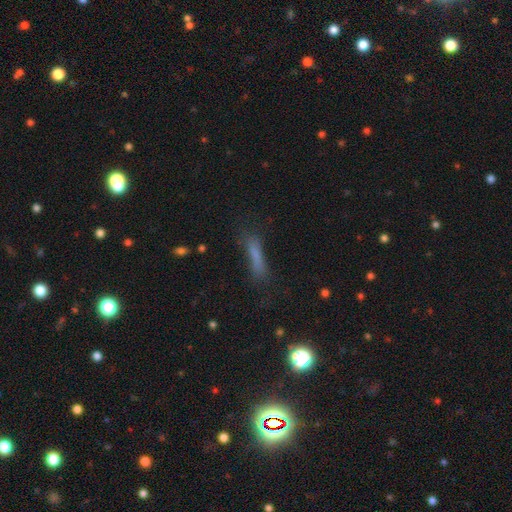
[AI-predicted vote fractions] Morphology: type=smooth (69%); roundness=cigar-shaped (83%); merging=none (62%).